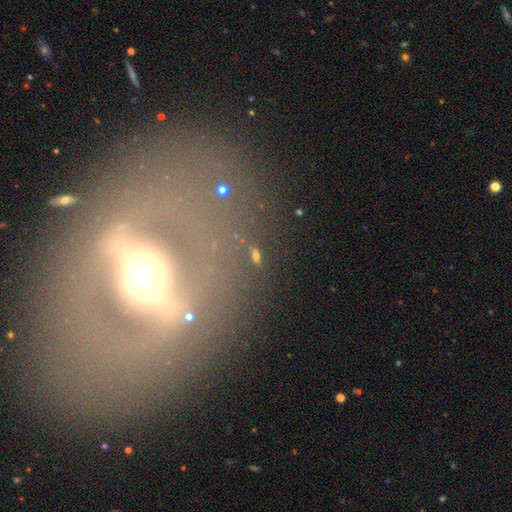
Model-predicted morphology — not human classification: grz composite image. It shows a star or artifact, not a galaxy (44%).